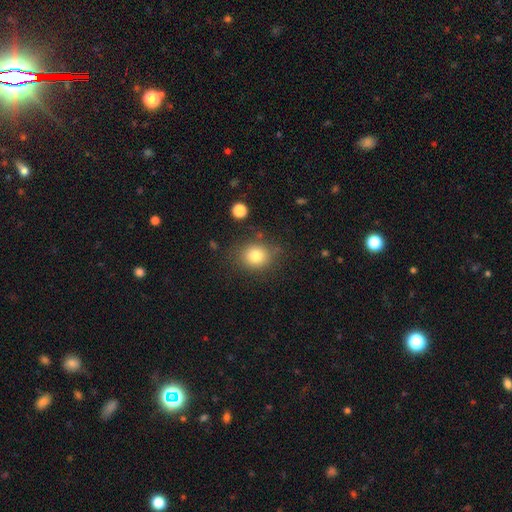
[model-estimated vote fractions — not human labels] Overall: smooth (80%). How rounded: round (72%). Merging: none (78%).